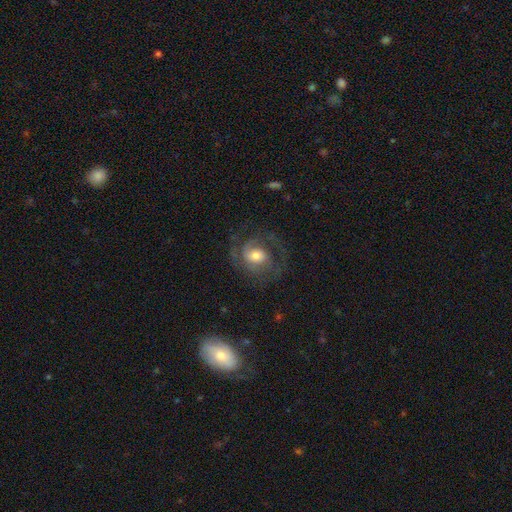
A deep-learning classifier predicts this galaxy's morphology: smooth-or-featured: featured or disk: 72% | smooth: 21% | star or artifact: 7%
  disk-edge-on: no: 97% | yes: 3%
    bar: no: 58% | weak: 34% | strong: 8%
    has-spiral-arms: yes: 89% | no: 11%
      spiral-winding: medium: 43% | tight: 40% | loose: 17%
      spiral-arm-count: 2: 44% | can't tell: 22% | 3: 14% | 1: 13% | 4: 4% | more than 4: 4%
    bulge-size: moderate: 60% | small: 23% | large: 14% | dominant: 2% | none: 2%
  merging: none: 63% | major disturbance: 19% | minor disturbance: 17% | merger: 1%